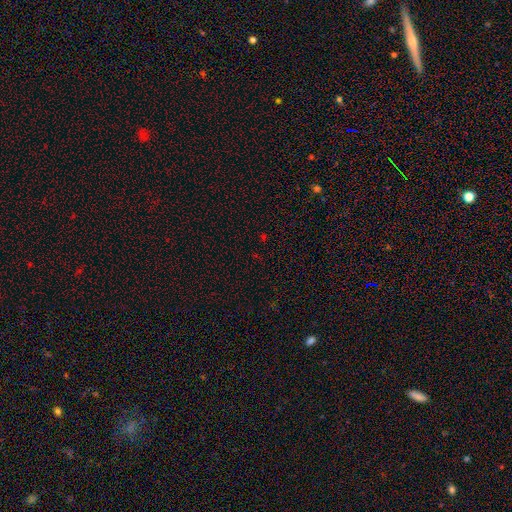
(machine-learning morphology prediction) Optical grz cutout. It shows a star or artifact, not a galaxy (67%).